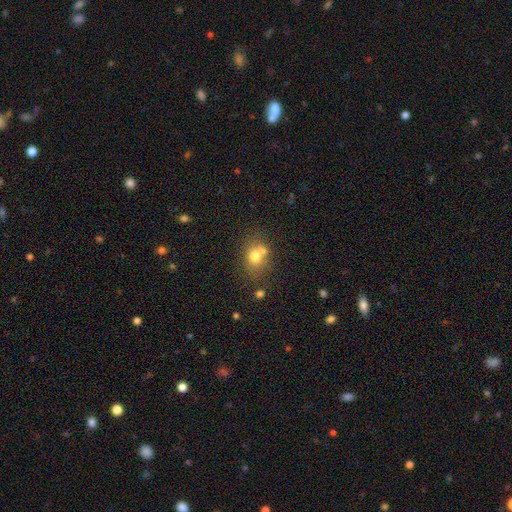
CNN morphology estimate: Smooth or featured: smooth — 72% (featured or disk — 16%)
How rounded: round — 54% (in between — 45%)
Merging: none — 53% (merger — 26%)